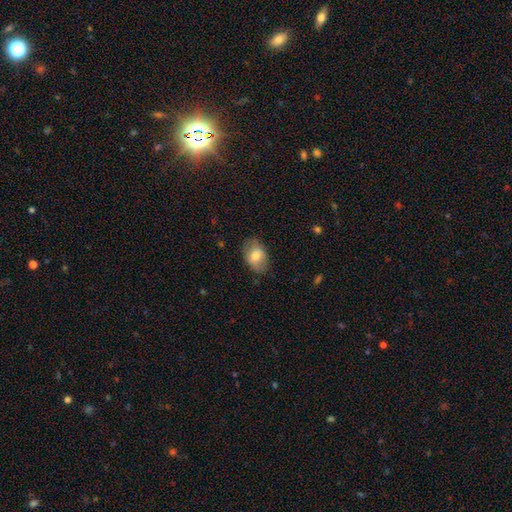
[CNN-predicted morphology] A smooth galaxy with no disk features (72%) that is in between round and cigar-shaped (83%). Merging: none (76%).